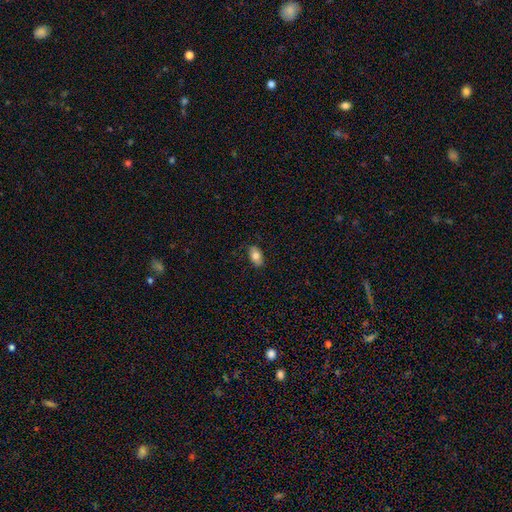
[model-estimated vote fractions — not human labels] This appears to be a smooth galaxy with no disk features (78%) that is in between round and cigar-shaped (91%). Merging: none (83%).